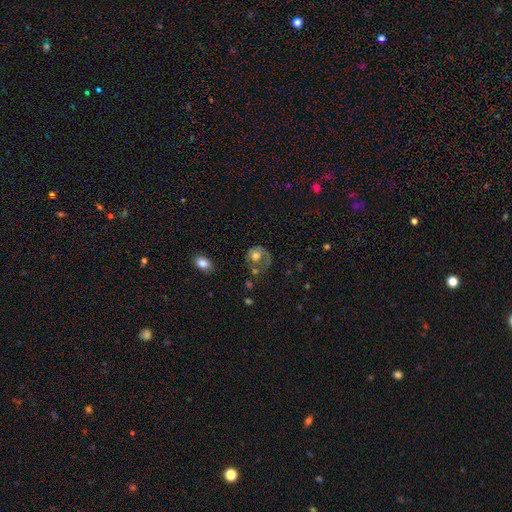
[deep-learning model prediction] A smooth galaxy with no disk features (49%).

Vote fractions:
- Smooth or featured? smooth: 49% / featured or disk: 43% / star or artifact: 8%
- Merging? none: 36% / major disturbance: 34% / minor disturbance: 22% / merger: 8%